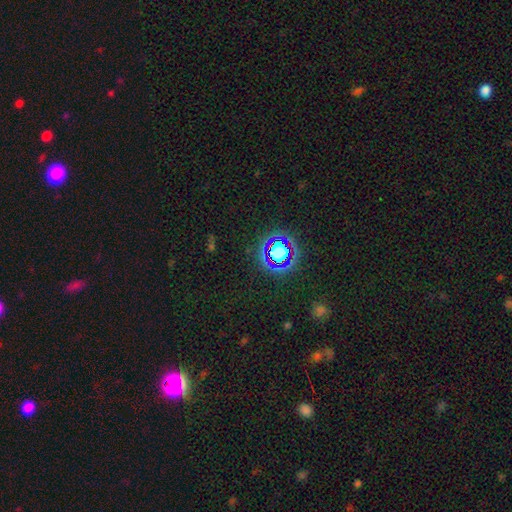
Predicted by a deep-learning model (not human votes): A star or artifact, not a galaxy (74%).